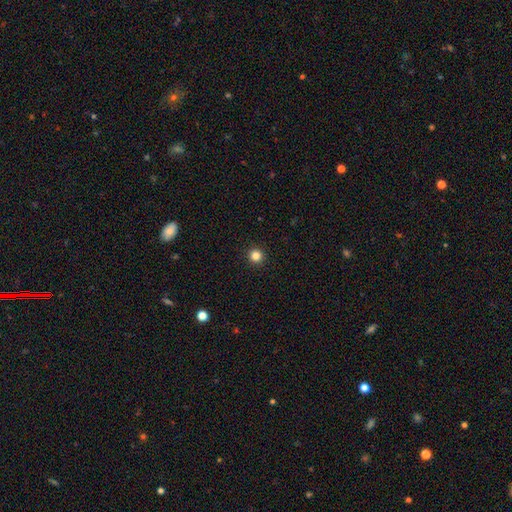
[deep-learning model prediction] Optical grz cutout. It shows a smooth galaxy with no disk features (83%) that is round (96%). Merging: none (94%).